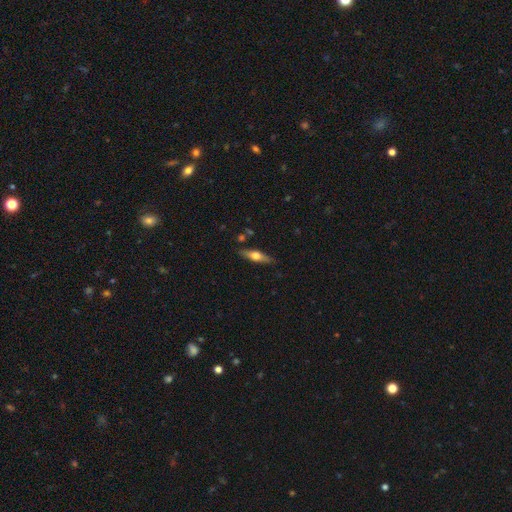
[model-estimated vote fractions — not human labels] A featured or disk galaxy (54%) viewed edge-on (91%).

Vote fractions:
- Smooth or featured? featured or disk: 54% / smooth: 40% / star or artifact: 6%
- Edge-on disk? yes: 91% / no: 9%
- Merging? none: 84% / minor disturbance: 11% / merger: 2% / major disturbance: 2%